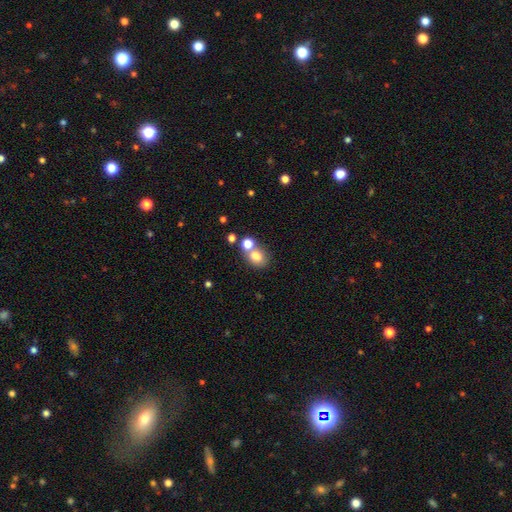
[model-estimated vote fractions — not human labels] A smooth galaxy with no disk features (77%) that is round (58%).

Vote fractions:
- Smooth or featured? smooth: 77% / star or artifact: 13% / featured or disk: 10%
- How rounded? round: 58% / in between: 41% / cigar-shaped: 1%
- Merging? none: 48% / merger: 36% / minor disturbance: 10% / major disturbance: 5%